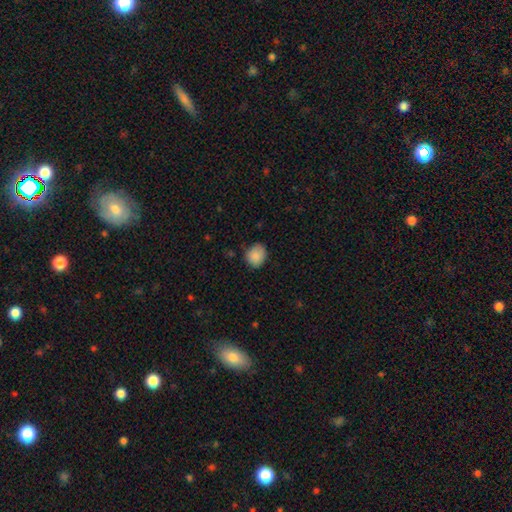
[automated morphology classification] Q: Smooth or featured?
A: smooth (86%); runner-up: star or artifact (8%)
Q: How rounded?
A: round (65%); runner-up: in between (34%)
Q: Merging?
A: none (72%); runner-up: minor disturbance (23%)